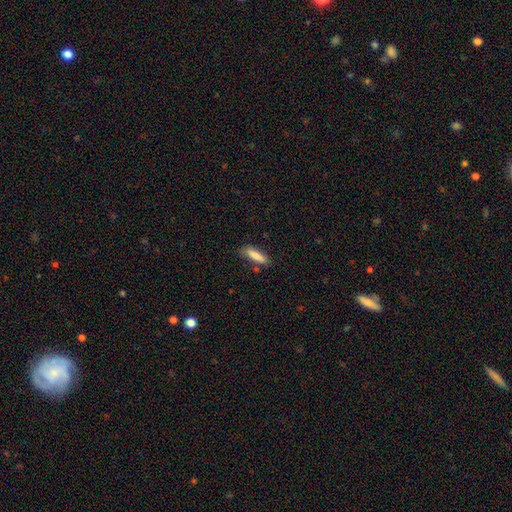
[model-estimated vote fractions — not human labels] A smooth galaxy with no disk features (83%) that is cigar-shaped (62%). Merging: none (75%).